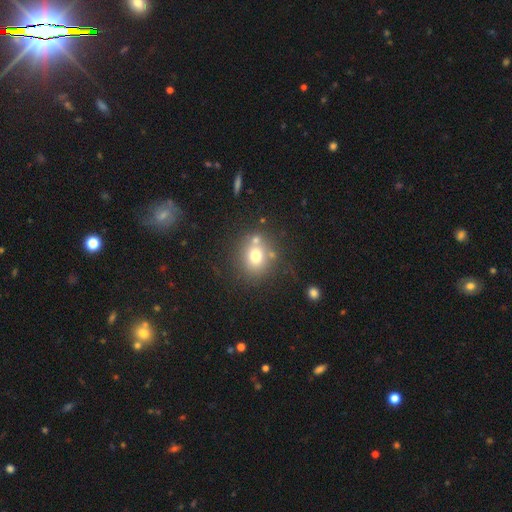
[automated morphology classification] Smooth or featured?
  - smooth: 71% *
  - featured or disk: 15%
  - star or artifact: 14%
How rounded?
  - round: 73% *
  - in between: 26%
  - cigar-shaped: 1%
Merging?
  - none: 66% *
  - merger: 16%
  - minor disturbance: 13%
  - major disturbance: 5%